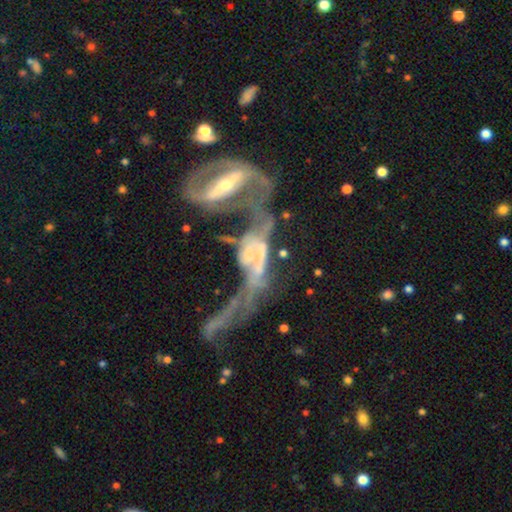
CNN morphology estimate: smooth_or_featured: featured or disk (p=0.76) [alt: smooth p=0.13]
disk_edge_on: no (p=0.79) [alt: yes p=0.21]
bar: no (p=0.45) [alt: strong p=0.29]
has_spiral_arms: yes (p=0.58) [alt: no p=0.42]
bulge_size: small (p=0.40) [alt: moderate p=0.34]
merging: merger (p=0.66) [alt: major disturbance p=0.19]